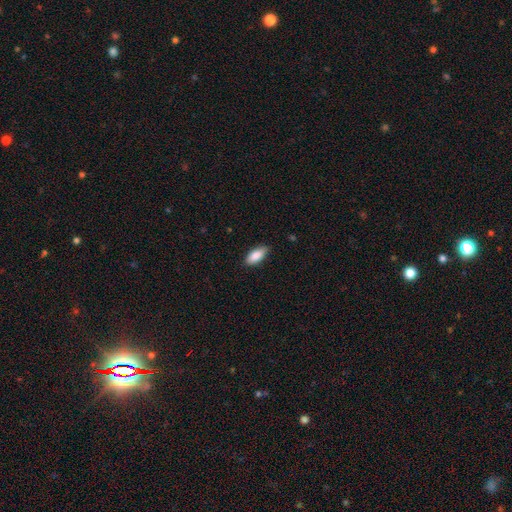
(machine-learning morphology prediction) smooth-or-featured: smooth: 86% | featured or disk: 8% | star or artifact: 6%
  how-rounded: in between: 86% | cigar-shaped: 12% | round: 2%
  merging: none: 83% | minor disturbance: 14% | major disturbance: 2% | merger: 1%